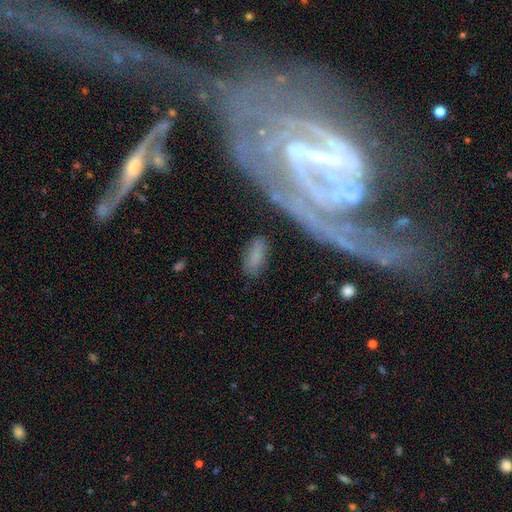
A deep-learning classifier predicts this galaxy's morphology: type=smooth (72%); roundness=in between (79%); merging=none (76%).